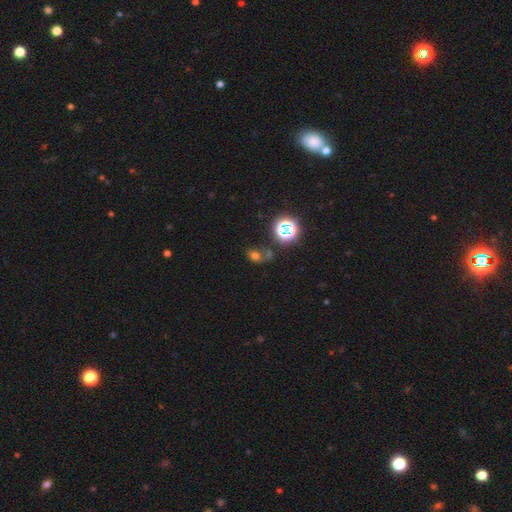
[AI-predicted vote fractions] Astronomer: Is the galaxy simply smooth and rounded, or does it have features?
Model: star or artifact — 58%.